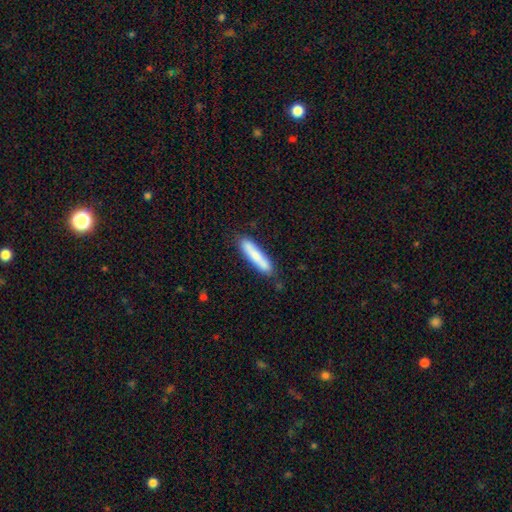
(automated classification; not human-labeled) A smooth galaxy with no disk features (77%) that is cigar-shaped (86%). Merging: none (83%).